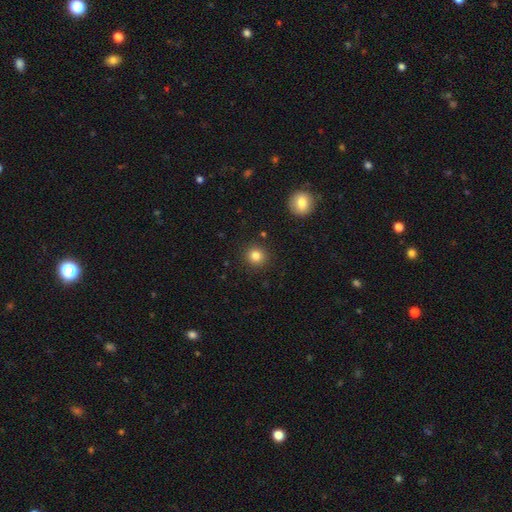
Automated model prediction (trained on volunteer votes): Smooth or featured?
  - smooth: 82% *
  - star or artifact: 12%
  - featured or disk: 6%
How rounded?
  - round: 93% *
  - in between: 7%
  - cigar-shaped: 1%
Merging?
  - none: 91% *
  - minor disturbance: 6%
  - major disturbance: 2%
  - merger: 2%